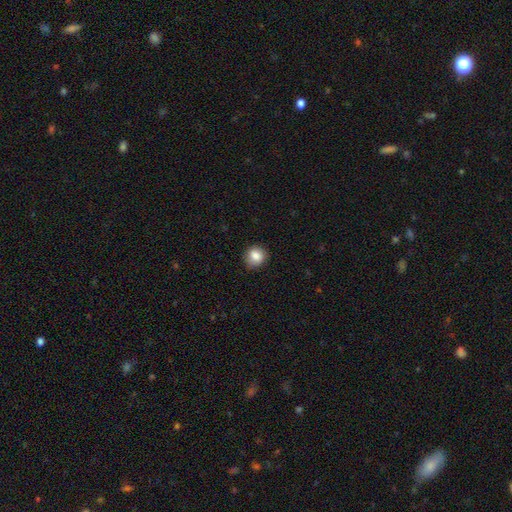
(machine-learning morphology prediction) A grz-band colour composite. It shows a smooth galaxy with no disk features (85%) that is round (80%). Merging: none (81%).